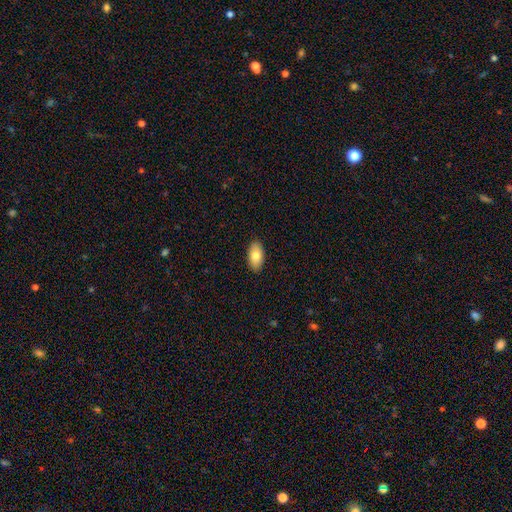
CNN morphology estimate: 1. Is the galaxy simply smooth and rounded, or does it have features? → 81% smooth, 12% featured or disk, 6% star or artifact.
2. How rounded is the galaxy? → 94% in between, 4% cigar-shaped, 3% round.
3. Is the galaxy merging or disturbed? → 90% none, 8% minor disturbance, 2% major disturbance, 1% merger.